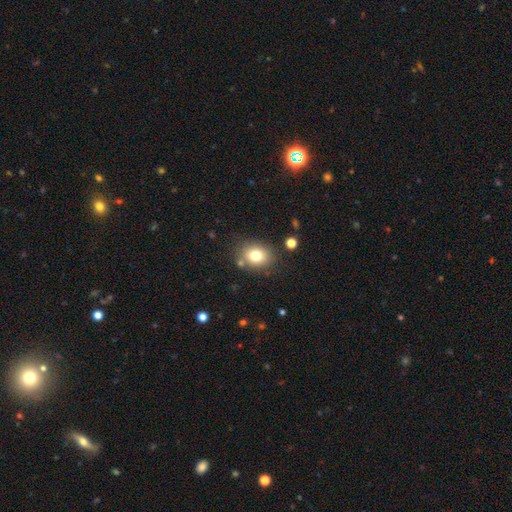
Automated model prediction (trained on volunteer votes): Morphology: type=smooth (77%); roundness=round (51%); merging=none (78%).